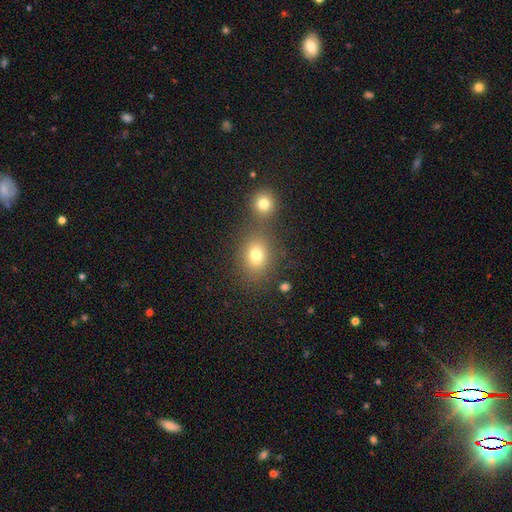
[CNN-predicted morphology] Smooth or featured?
  - smooth: 75% *
  - star or artifact: 15%
  - featured or disk: 10%
How rounded?
  - round: 55% *
  - in between: 44%
  - cigar-shaped: 1%
Merging?
  - none: 61% *
  - merger: 25%
  - minor disturbance: 10%
  - major disturbance: 4%